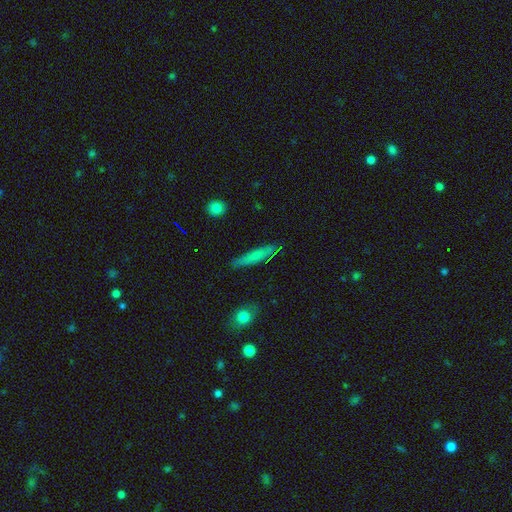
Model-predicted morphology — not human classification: smooth 65%, featured or disk 28%, star or artifact 7%. Down the decision tree: how rounded — cigar-shaped (88%); merging — none (86%).